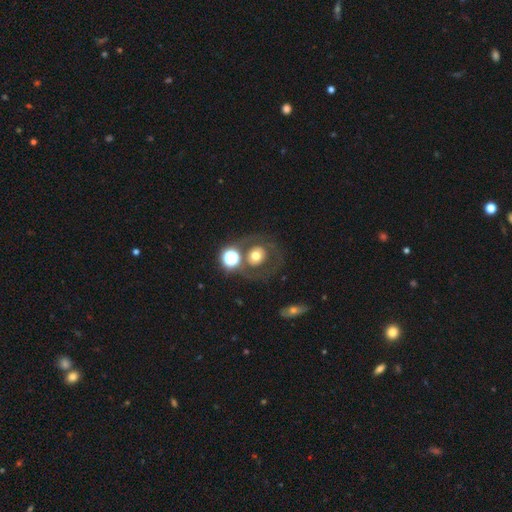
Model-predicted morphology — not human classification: Smooth or featured?
  - smooth: 49% *
  - featured or disk: 37%
  - star or artifact: 13%
Merging?
  - none: 61% *
  - merger: 14%
  - minor disturbance: 13%
  - major disturbance: 12%